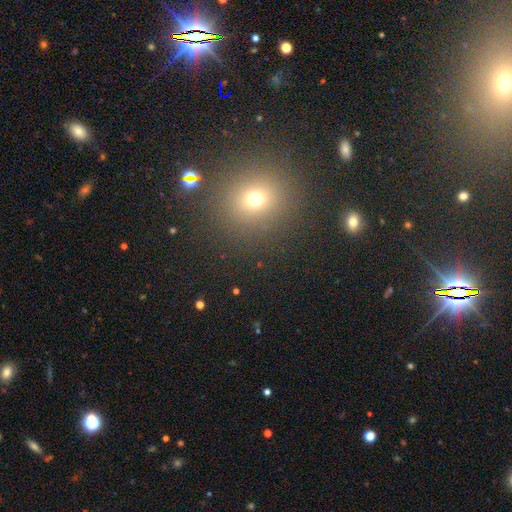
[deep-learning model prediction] smooth 47%, star or artifact 45%, featured or disk 9%. Down the decision tree: merging — none (90%).